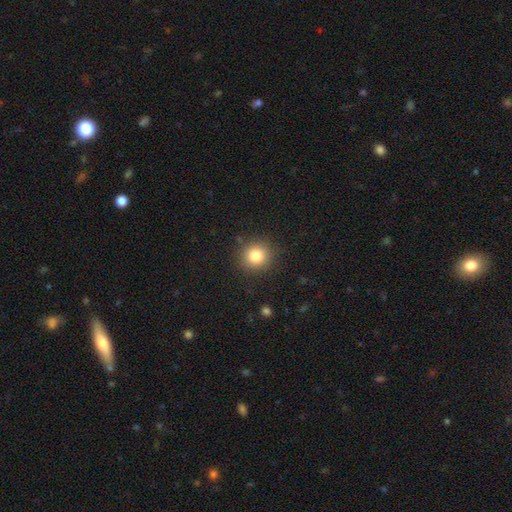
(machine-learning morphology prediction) smooth-or-featured: smooth: 83% | star or artifact: 11% | featured or disk: 6%
  how-rounded: round: 90% | in between: 9% | cigar-shaped: 1%
  merging: none: 89% | minor disturbance: 7% | major disturbance: 3% | merger: 1%